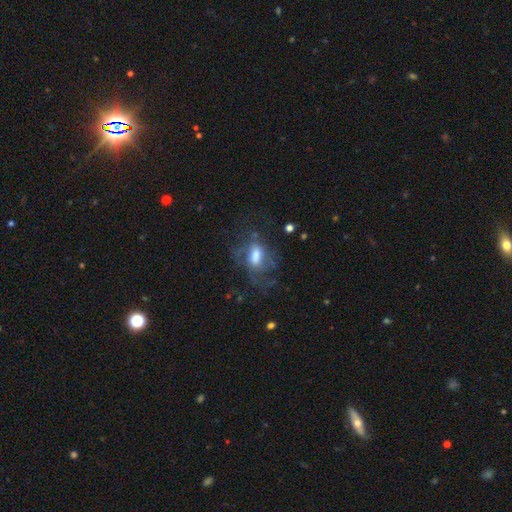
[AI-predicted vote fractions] Q: Smooth or featured?
A: featured or disk (47%); runner-up: smooth (42%)
Q: Merging?
A: none (41%); runner-up: major disturbance (34%)